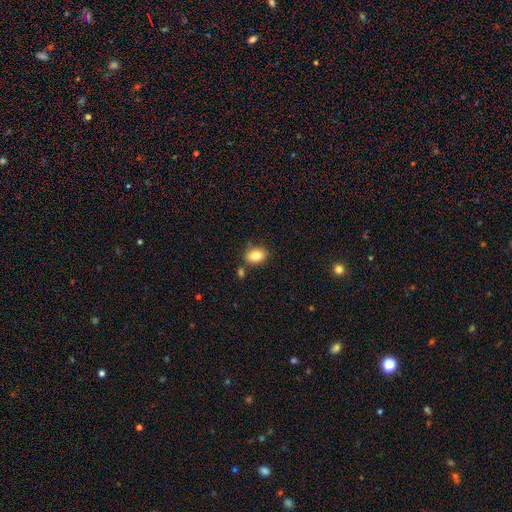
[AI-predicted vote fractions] Smooth or featured? smooth (85%)
How rounded? in between (83%)
Merging? none (70%)